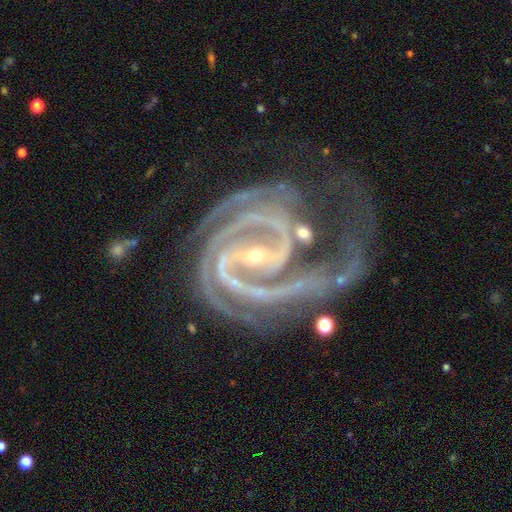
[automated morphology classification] featured or disk 93%, star or artifact 5%, smooth 2%. Down the decision tree: edge-on disk — no (98%); bar — strong (59%); spiral arms — yes (99%); spiral arm count — 2 (51%); spiral winding — tight (62%); bulge size — small (82%); merging — none (35%).